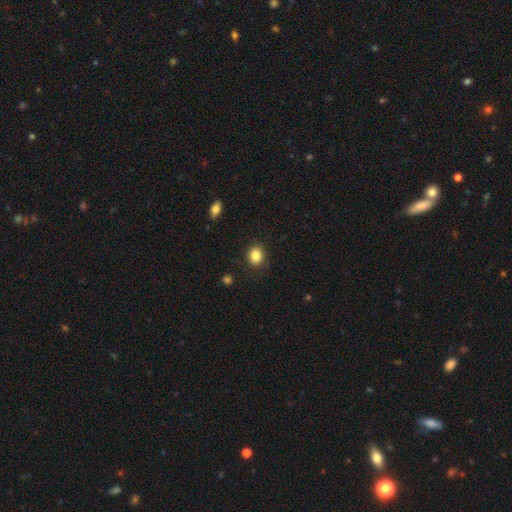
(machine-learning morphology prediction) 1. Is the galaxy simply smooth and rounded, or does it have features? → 85% smooth, 10% star or artifact, 5% featured or disk.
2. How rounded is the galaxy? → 67% round, 32% in between, 1% cigar-shaped.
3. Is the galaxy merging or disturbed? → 87% none, 9% minor disturbance, 2% major disturbance, 1% merger.